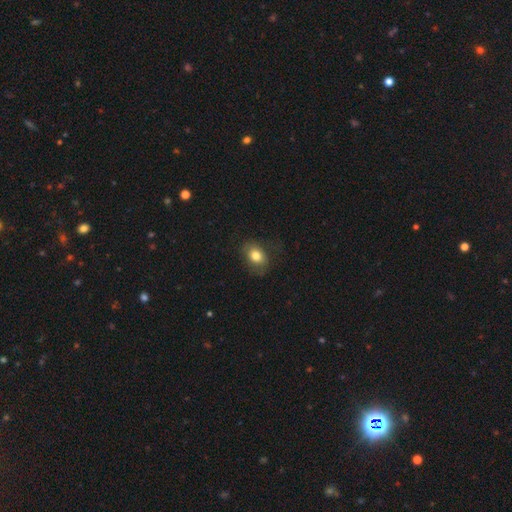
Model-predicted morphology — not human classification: type=smooth (79%); roundness=in between (68%); merging=none (75%).